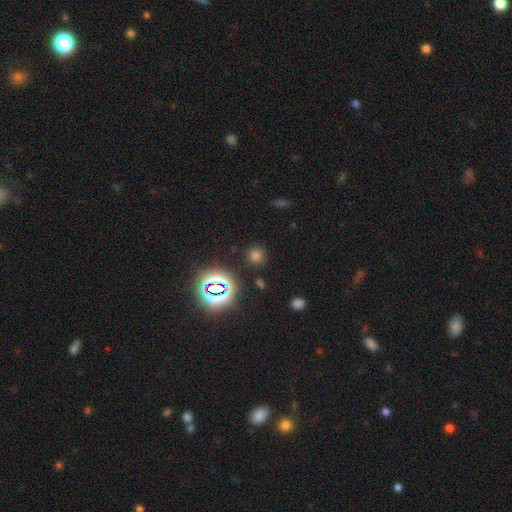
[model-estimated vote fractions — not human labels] Overall: smooth (64%; star or artifact 30%). How rounded: round (88%). Merging: none (85%).